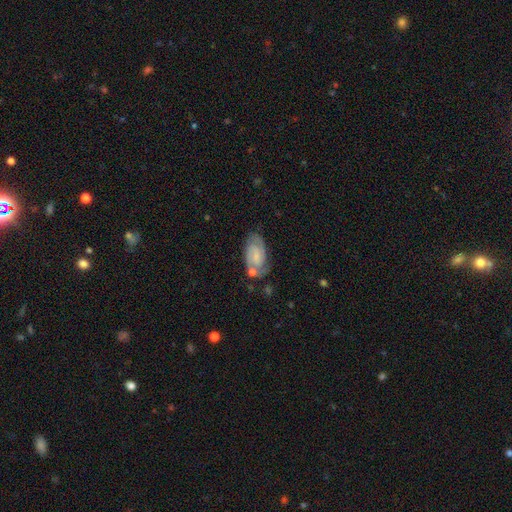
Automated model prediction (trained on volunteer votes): Smooth or featured? Predicted: featured or disk (p=0.68). Edge-on disk? Predicted: no (p=0.96). Bar? Predicted: weak (p=0.45). Spiral arms? Predicted: yes (p=0.93). Spiral winding? Predicted: tight (p=0.47). Spiral arm count? Predicted: 2 (p=0.79). Bulge size? Predicted: small (p=0.44). Merging? Predicted: none (p=0.63).